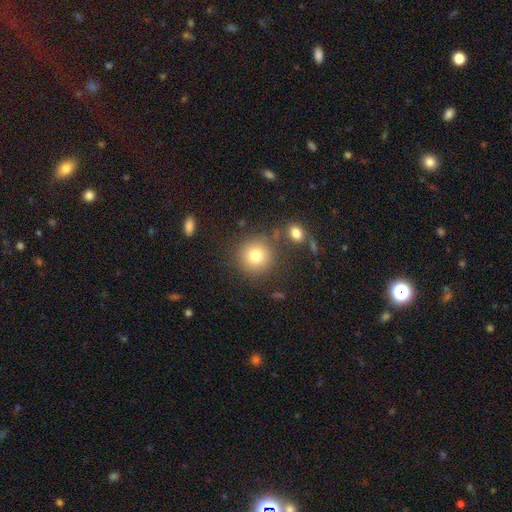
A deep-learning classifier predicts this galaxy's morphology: Smooth or featured? smooth (78%)
How rounded? round (93%)
Merging? none (82%)